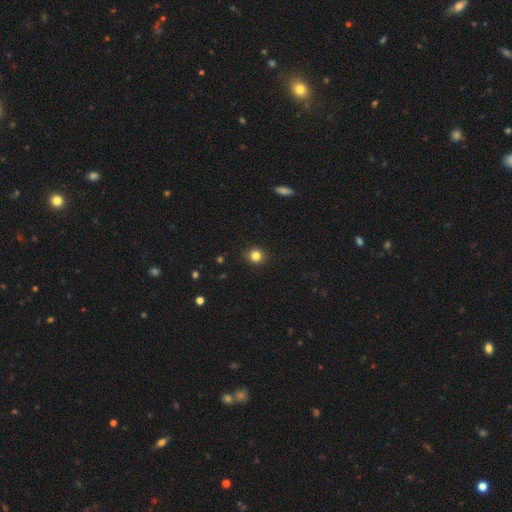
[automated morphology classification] This appears to be a smooth galaxy with no disk features (83%) that is round (92%). Merging: none (92%).